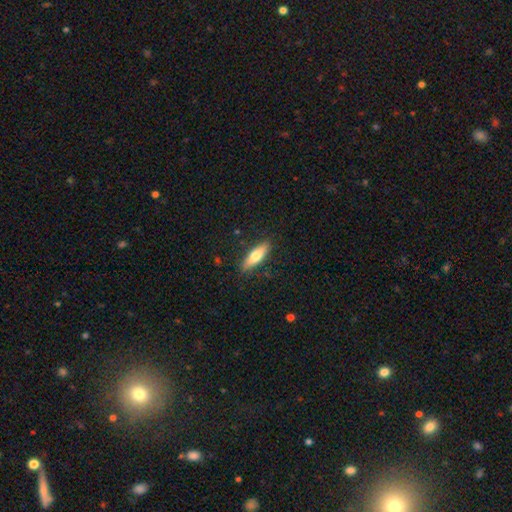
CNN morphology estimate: A smooth galaxy with no disk features (68%) that is cigar-shaped (57%).

Vote fractions:
- Smooth or featured? smooth: 68% / featured or disk: 26% / star or artifact: 6%
- How rounded? cigar-shaped: 57% / in between: 41% / round: 2%
- Merging? none: 86% / minor disturbance: 10% / major disturbance: 2% / merger: 1%